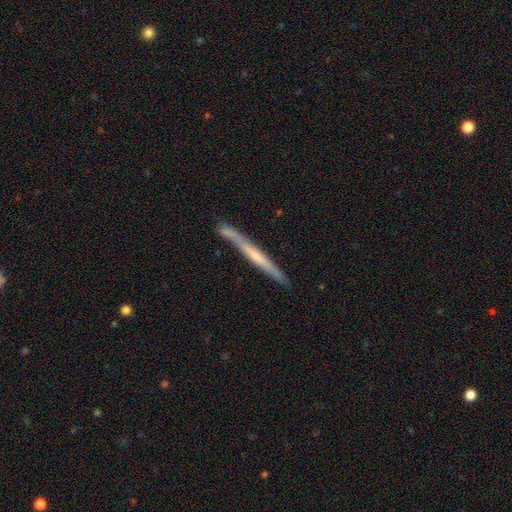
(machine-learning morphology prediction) type=featured or disk (60%); edge-on=yes (96%); edge-on bulge=none (59%); merging=none (80%).